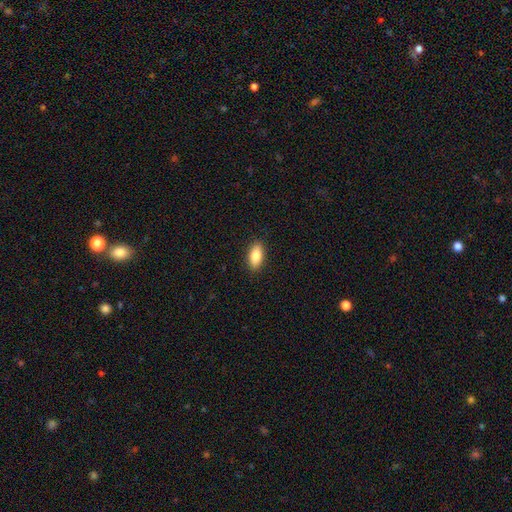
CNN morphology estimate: This appears to be a smooth galaxy with no disk features (84%) that is in between round and cigar-shaped (88%). Merging: none (90%).